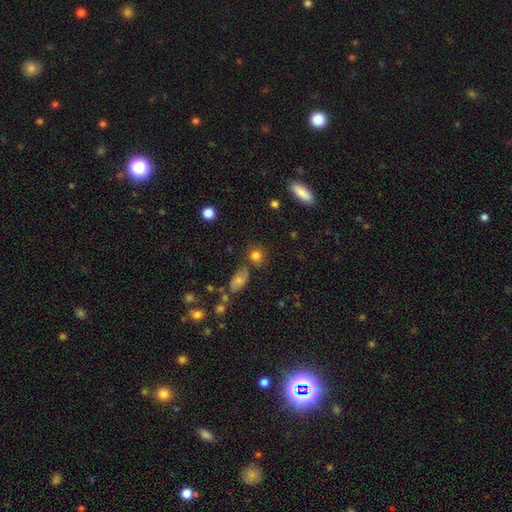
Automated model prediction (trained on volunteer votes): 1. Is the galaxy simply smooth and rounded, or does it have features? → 80% smooth, 13% star or artifact, 8% featured or disk.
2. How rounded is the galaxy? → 79% round, 20% in between, 2% cigar-shaped.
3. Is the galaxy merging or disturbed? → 69% none, 14% minor disturbance, 12% merger, 5% major disturbance.